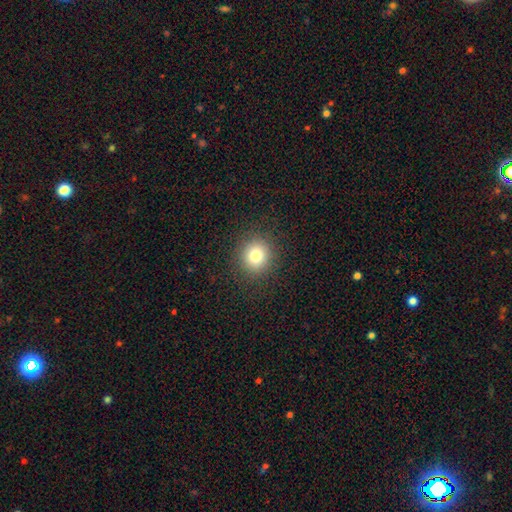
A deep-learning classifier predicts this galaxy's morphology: Smooth or featured? Predicted: smooth (p=0.80). How rounded? Predicted: round (p=0.90). Merging? Predicted: none (p=0.90).